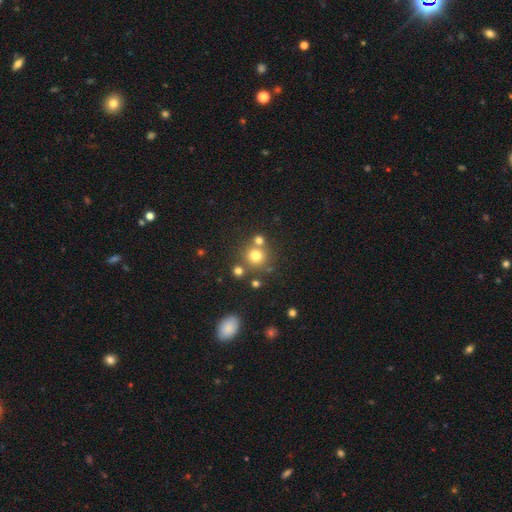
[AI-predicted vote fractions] Smooth or featured?
  - smooth: 74% *
  - star or artifact: 16%
  - featured or disk: 10%
How rounded?
  - round: 91% *
  - in between: 8%
  - cigar-shaped: 1%
Merging?
  - none: 67% *
  - merger: 20%
  - minor disturbance: 9%
  - major disturbance: 4%